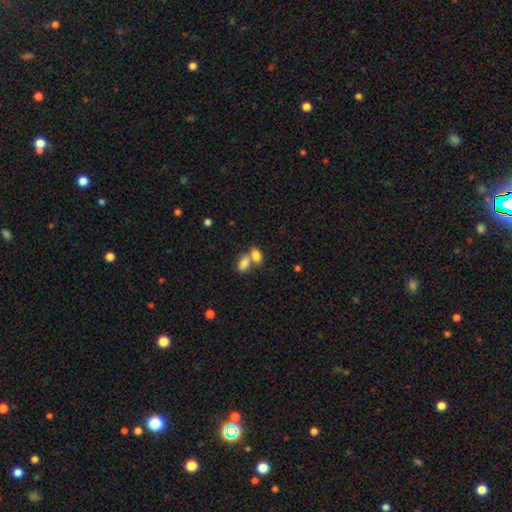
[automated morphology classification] smooth-or-featured: smooth: 82% | featured or disk: 10% | star or artifact: 8%
  how-rounded: in between: 88% | round: 10% | cigar-shaped: 3%
  merging: merger: 60% | none: 29% | minor disturbance: 7% | major disturbance: 3%